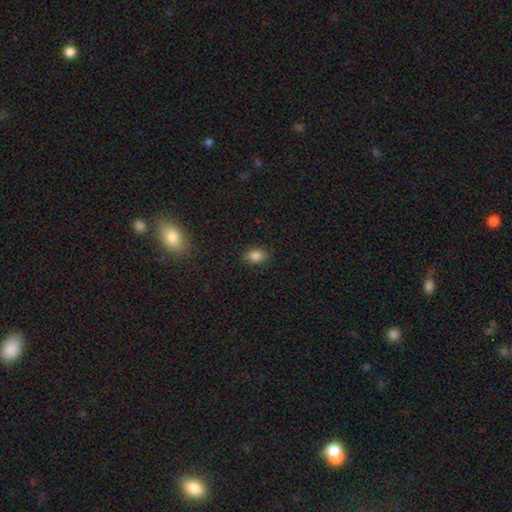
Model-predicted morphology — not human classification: type=smooth (84%); roundness=in between (77%); merging=none (86%).